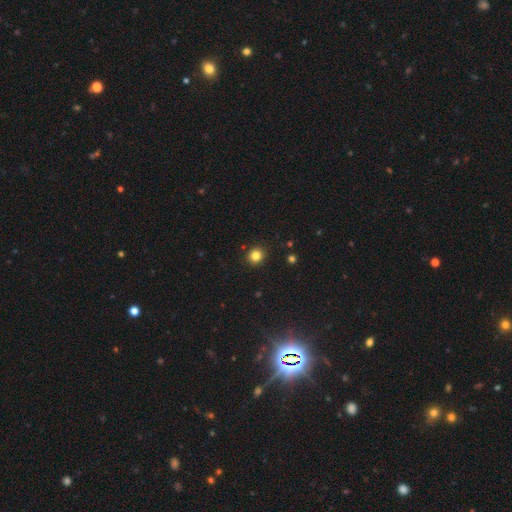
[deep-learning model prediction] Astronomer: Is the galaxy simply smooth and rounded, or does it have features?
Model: smooth — 82%.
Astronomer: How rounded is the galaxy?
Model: round — 89%.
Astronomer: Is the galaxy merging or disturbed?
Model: none — 92%.